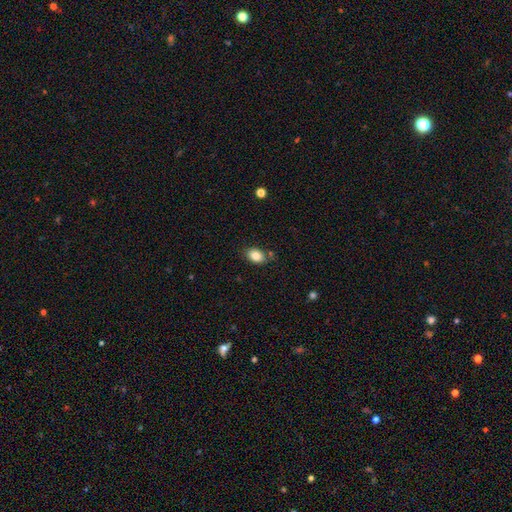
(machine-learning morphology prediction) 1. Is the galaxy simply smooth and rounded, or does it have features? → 85% smooth, 8% star or artifact, 7% featured or disk.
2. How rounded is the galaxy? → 80% in between, 18% round, 1% cigar-shaped.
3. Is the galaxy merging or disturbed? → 80% none, 13% minor disturbance, 4% merger, 3% major disturbance.